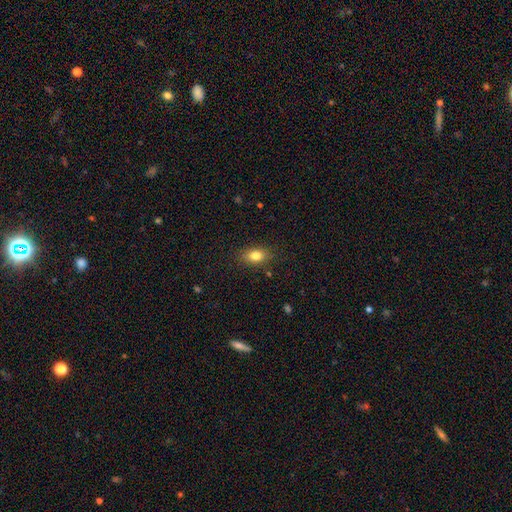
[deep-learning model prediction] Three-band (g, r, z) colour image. It shows a smooth galaxy with no disk features (82%) that is in between round and cigar-shaped (82%). Merging: none (85%).